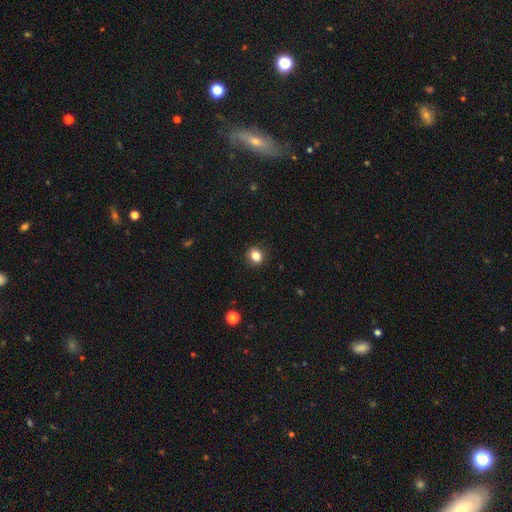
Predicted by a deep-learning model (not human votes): smooth 84%, star or artifact 11%, featured or disk 6%. Down the decision tree: how rounded — round (73%); merging — none (89%).